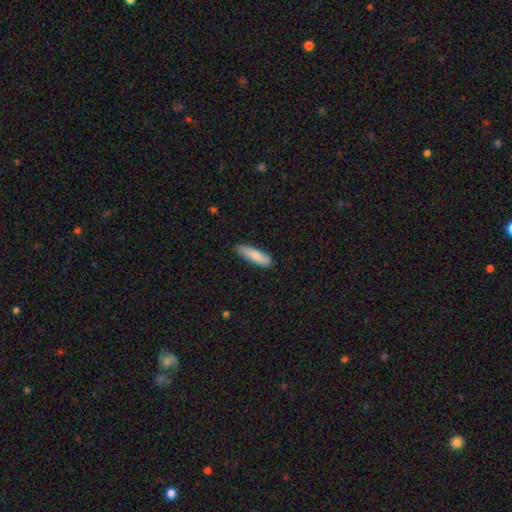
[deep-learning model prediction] This is clearly a smooth galaxy (82%). How rounded: likely cigar-shaped (71%). Merging: clearly none (85%).